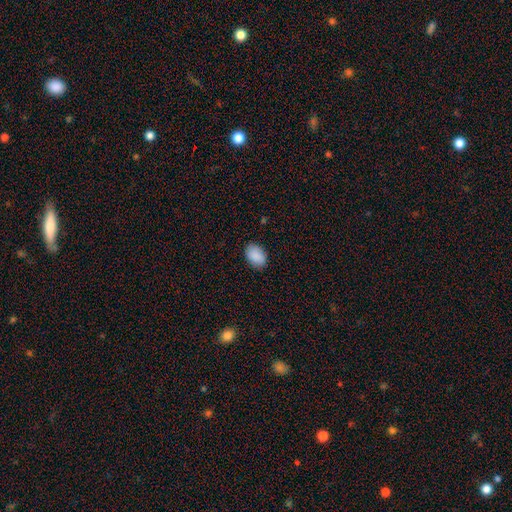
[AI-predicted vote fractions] smooth 90%, star or artifact 7%, featured or disk 3%. Down the decision tree: how rounded — in between (84%); merging — none (86%).